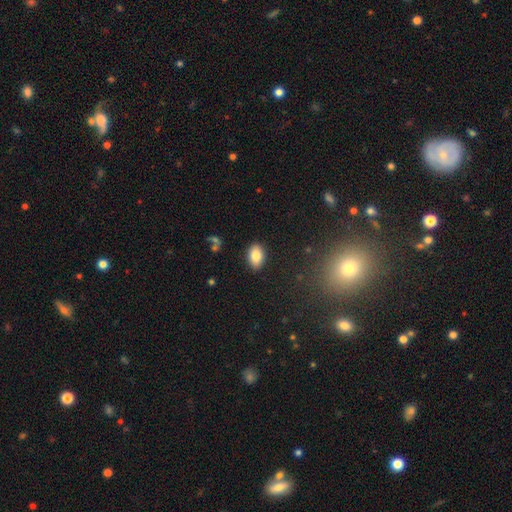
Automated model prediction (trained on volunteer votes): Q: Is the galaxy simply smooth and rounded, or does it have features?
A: smooth — 84%.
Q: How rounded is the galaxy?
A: in between — 89%.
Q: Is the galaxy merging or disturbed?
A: none — 88%.